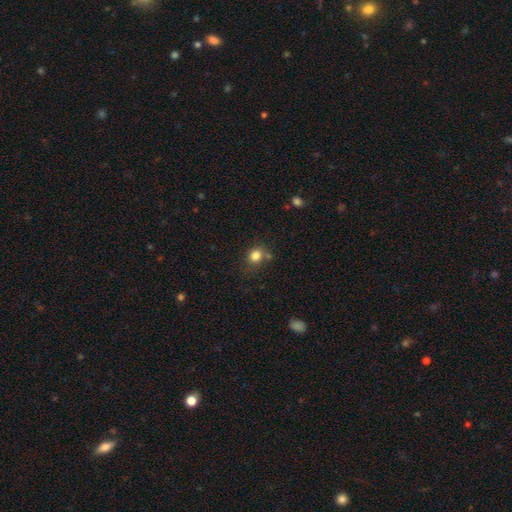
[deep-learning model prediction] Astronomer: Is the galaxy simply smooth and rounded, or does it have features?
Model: smooth — 82%.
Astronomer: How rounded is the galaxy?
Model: round — 70%.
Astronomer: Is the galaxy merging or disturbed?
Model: none — 65%.